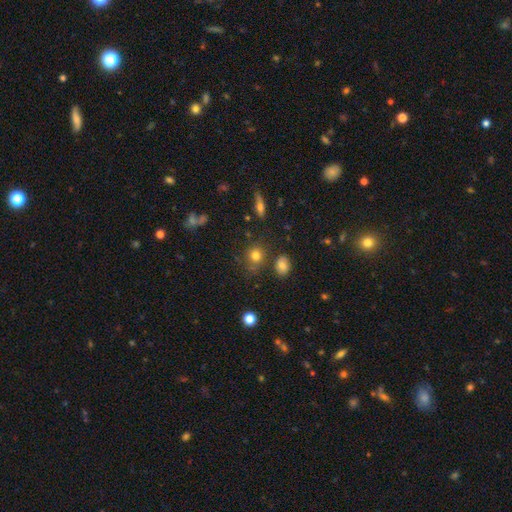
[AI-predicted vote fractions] Morphology: type=smooth (78%); roundness=round (73%); merging=none (73%).